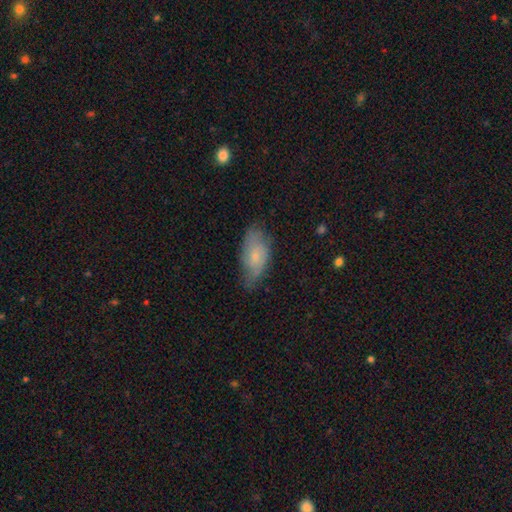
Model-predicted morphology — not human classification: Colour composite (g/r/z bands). It shows a smooth galaxy with no disk features (54%) that is in between round and cigar-shaped (89%). Merging: none (62%).